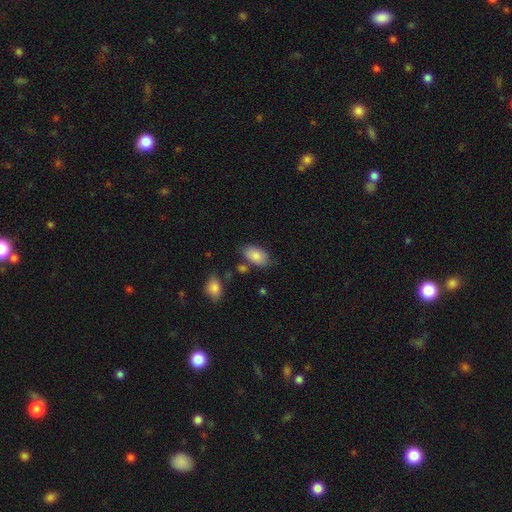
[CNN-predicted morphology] This is clearly a smooth galaxy (84%). How rounded: clearly in between (93%). Merging: likely none (69%).